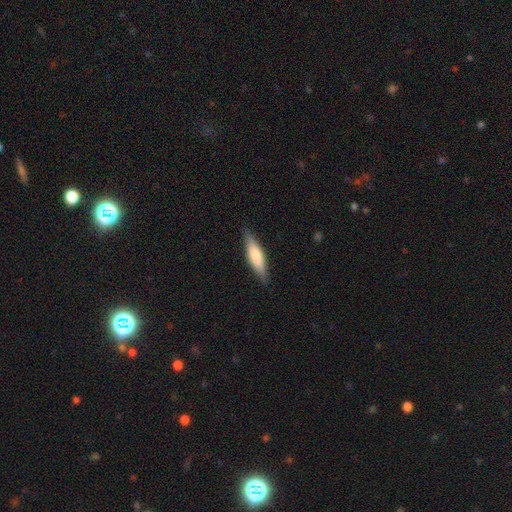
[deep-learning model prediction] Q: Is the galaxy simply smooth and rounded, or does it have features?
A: smooth — 62%.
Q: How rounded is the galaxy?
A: cigar-shaped — 70%.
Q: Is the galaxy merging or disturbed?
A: none — 87%.